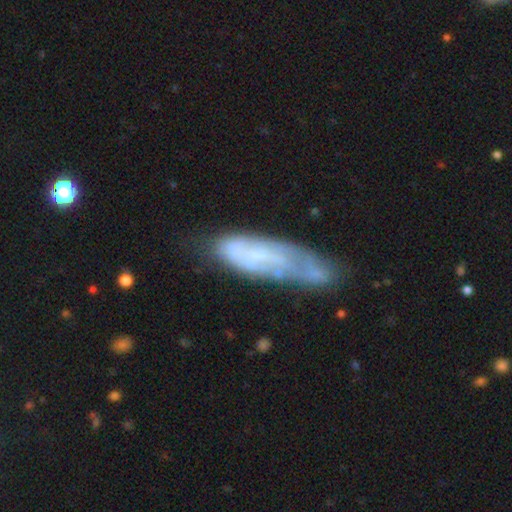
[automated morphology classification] Smooth or featured: featured or disk — 56% (smooth — 36%)
Edge-on disk: no — 79% (yes — 21%)
Merging: none — 44% (minor disturbance — 30%)